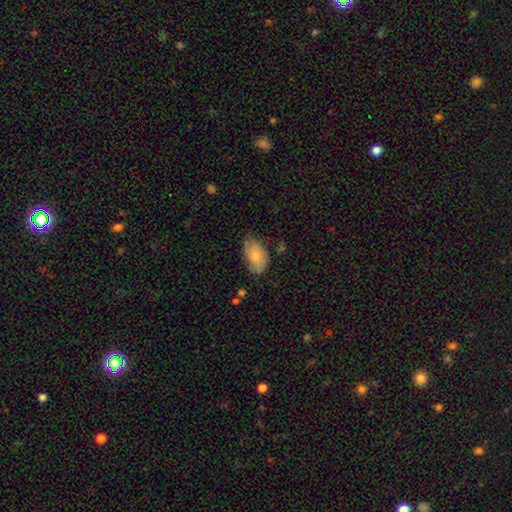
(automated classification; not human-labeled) A smooth galaxy with no disk features (78%) that is in between round and cigar-shaped (93%). Merging: none (60%).